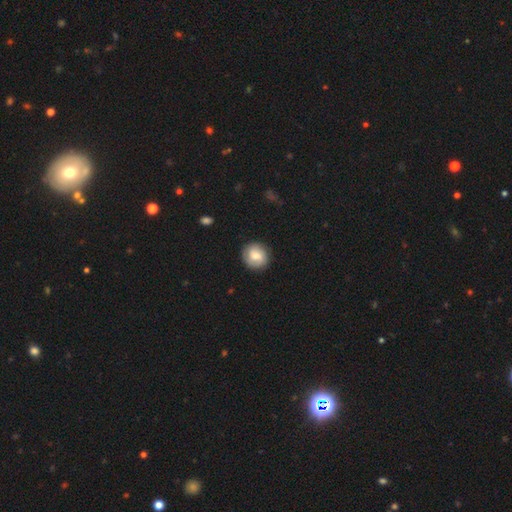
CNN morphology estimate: Smooth or featured? smooth (65%)
How rounded? round (88%)
Merging? none (87%)